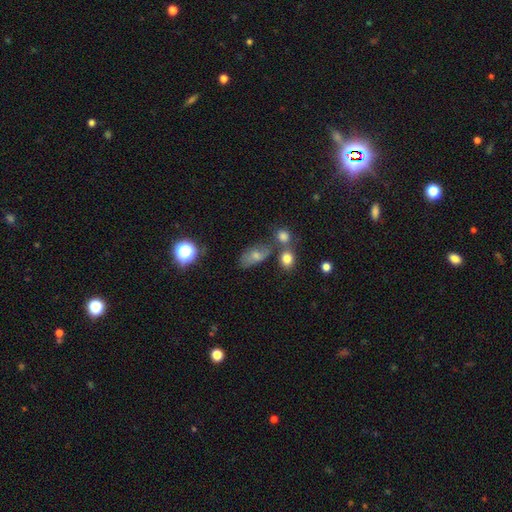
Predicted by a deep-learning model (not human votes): A smooth galaxy with no disk features (69%) that is in between round and cigar-shaped (83%). Merging: none (47%).